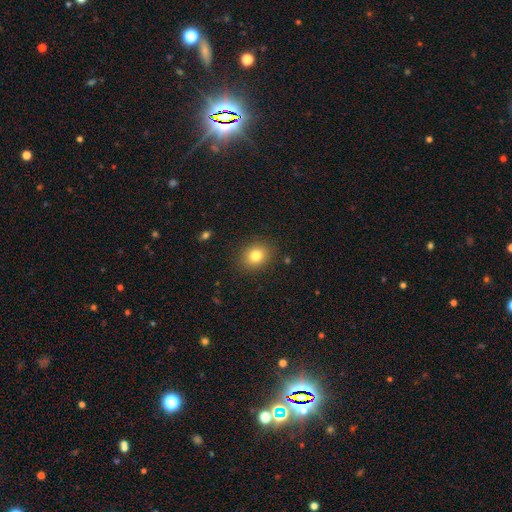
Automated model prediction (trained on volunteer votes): smooth 81%, star or artifact 11%, featured or disk 8%. Down the decision tree: how rounded — round (61%); merging — none (88%).